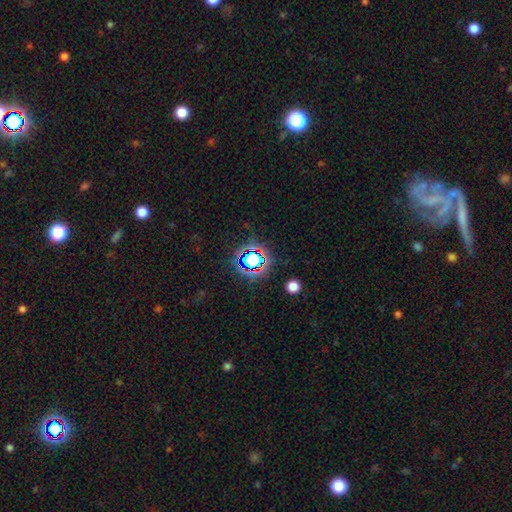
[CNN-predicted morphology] Smooth or featured: star or artifact — 67% (smooth — 21%)